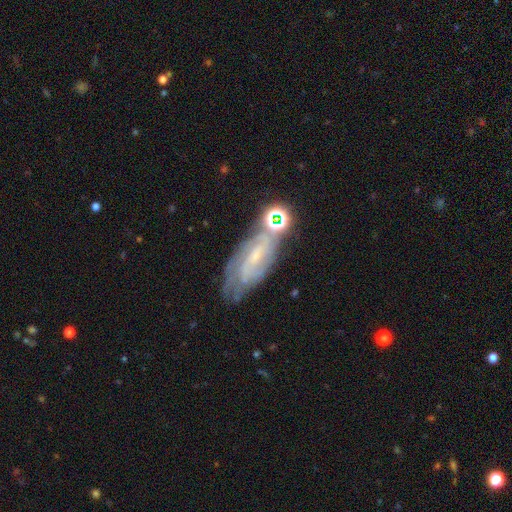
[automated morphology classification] The model was most divided on "bar": weak: 44%, no: 41%, strong: 15%. Remaining: edge-on disk — no (89%); spiral arms — yes (89%); smooth or featured — featured or disk (71%); bulge size — small (69%); merging — none (60%); spiral winding — tight (53%); spiral arm count — can't tell (42%).